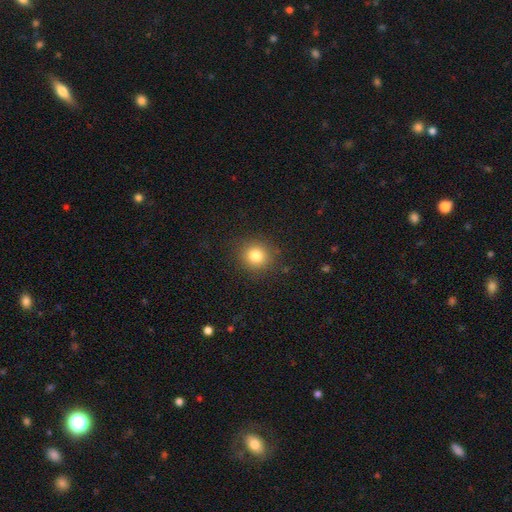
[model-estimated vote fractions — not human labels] The model was most divided on "smooth or featured": smooth: 82%, star or artifact: 12%, featured or disk: 6%. More confident: merging — none (88%); how rounded — round (86%).